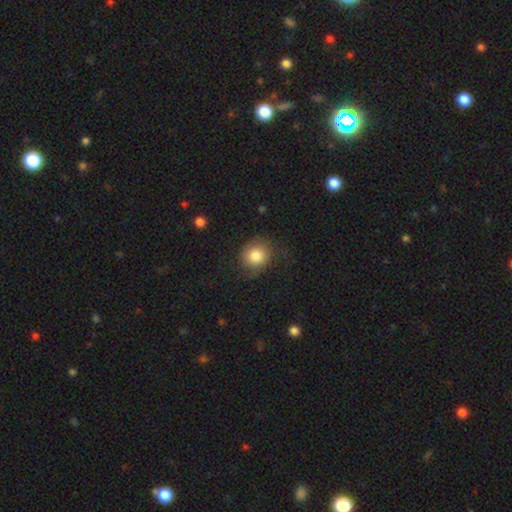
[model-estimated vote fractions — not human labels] This is likely a smooth galaxy (79%). How rounded: clearly round (81%). Merging: likely none (67%).